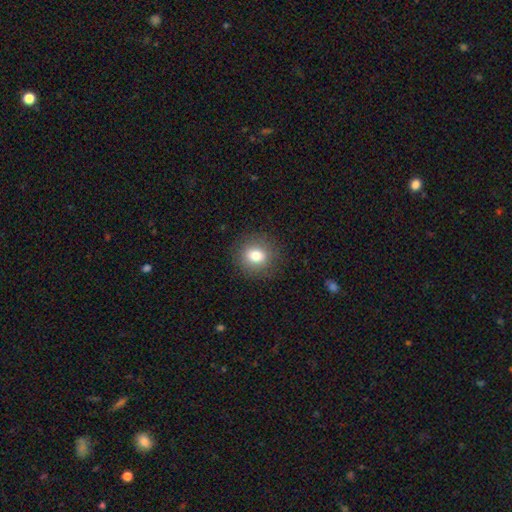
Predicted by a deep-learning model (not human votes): smooth-or-featured: smooth: 79% | featured or disk: 11% | star or artifact: 10%
  how-rounded: round: 80% | in between: 19% | cigar-shaped: 1%
  merging: none: 88% | minor disturbance: 8% | major disturbance: 3% | merger: 1%